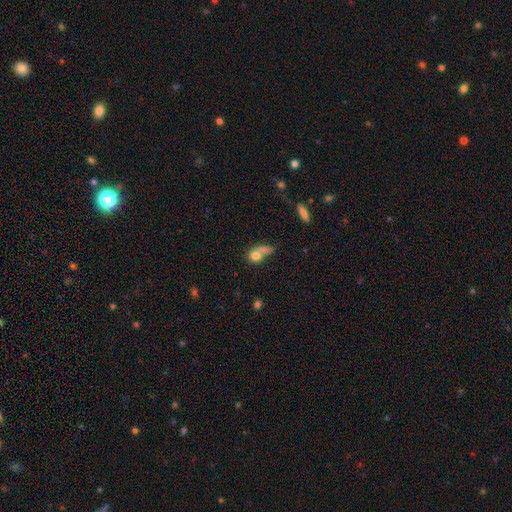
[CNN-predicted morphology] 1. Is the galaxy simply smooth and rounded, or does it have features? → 72% smooth, 17% featured or disk, 11% star or artifact.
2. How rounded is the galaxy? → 53% round, 42% in between, 6% cigar-shaped.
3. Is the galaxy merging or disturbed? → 38% merger, 28% none, 19% major disturbance, 15% minor disturbance.